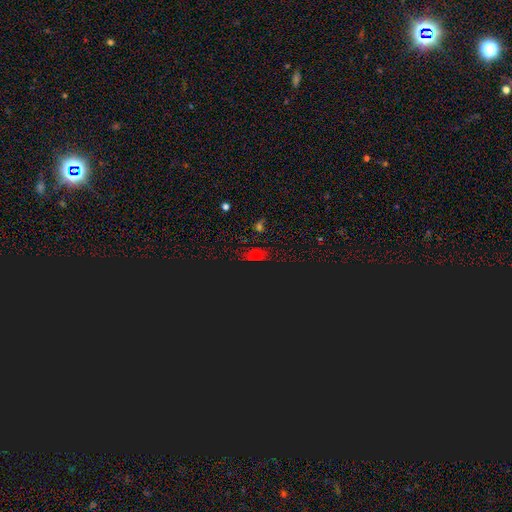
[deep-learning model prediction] Morphology: type=star or artifact (47%).